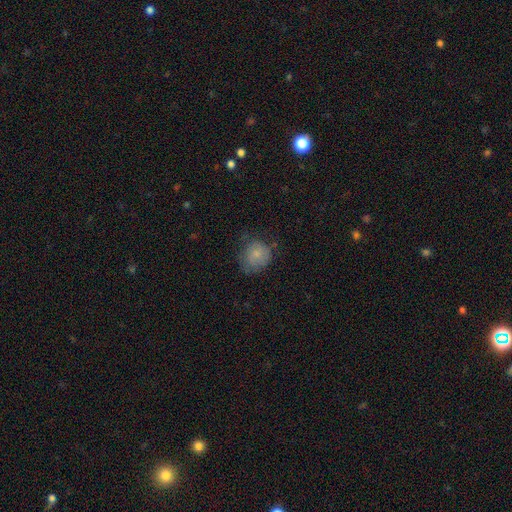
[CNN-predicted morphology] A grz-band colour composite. It shows a smooth galaxy with no disk features (78%) that is round (77%). Merging: none (55%).